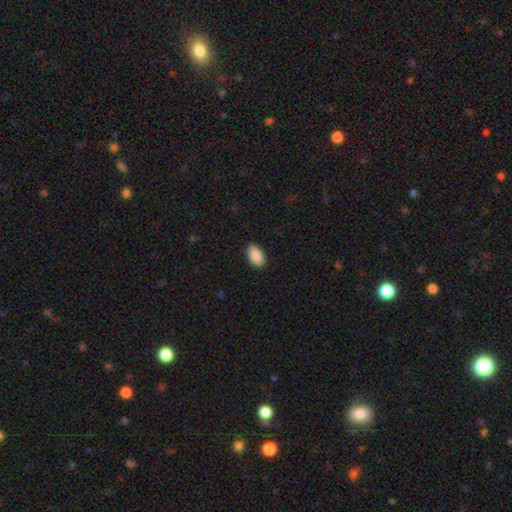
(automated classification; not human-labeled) Morphology: type=smooth (90%); roundness=in between (94%); merging=none (90%).